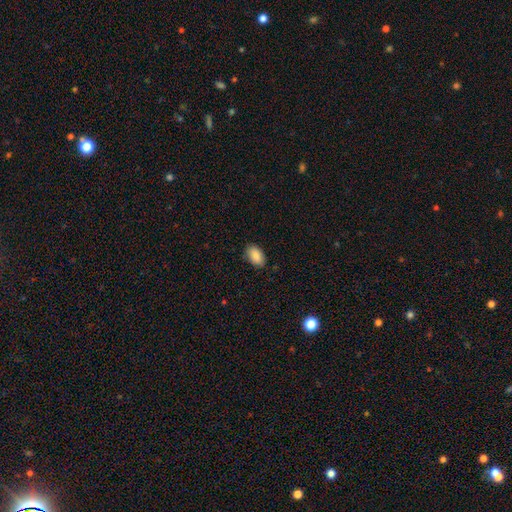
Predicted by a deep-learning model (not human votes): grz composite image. It shows a smooth galaxy with no disk features (89%) that is in between round and cigar-shaped (93%). Merging: none (85%).